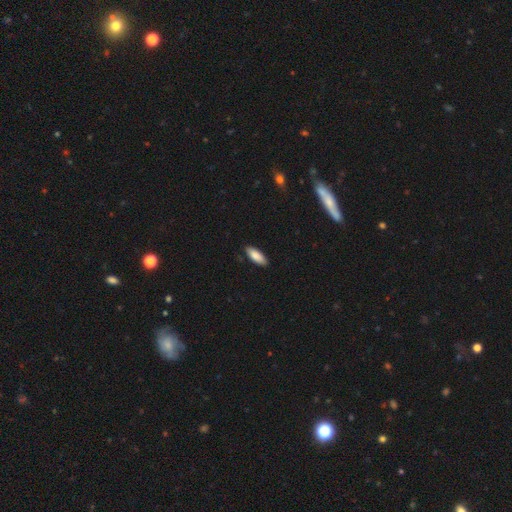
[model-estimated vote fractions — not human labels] A smooth galaxy with no disk features (86%) that is in between round and cigar-shaped (75%). Merging: none (87%).